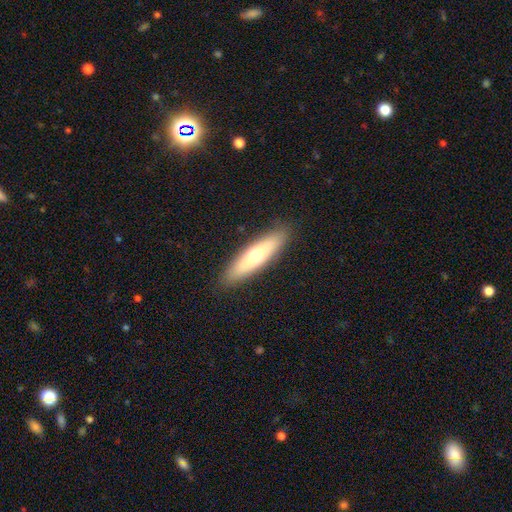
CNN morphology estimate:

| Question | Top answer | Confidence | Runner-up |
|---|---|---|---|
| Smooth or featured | smooth | 62% | featured or disk (32%) |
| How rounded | cigar-shaped | 70% | in between (29%) |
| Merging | none | 89% | minor disturbance (8%) |